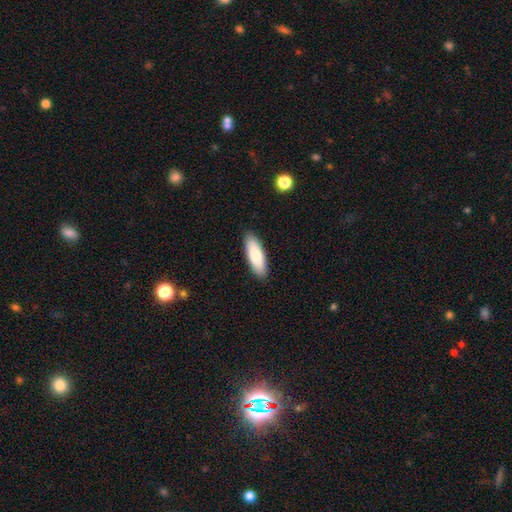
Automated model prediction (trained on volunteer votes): smooth_or_featured: smooth (p=0.83) [alt: featured or disk p=0.12]
how_rounded: in between (p=0.59) [alt: cigar-shaped p=0.39]
merging: none (p=0.89) [alt: minor disturbance p=0.08]